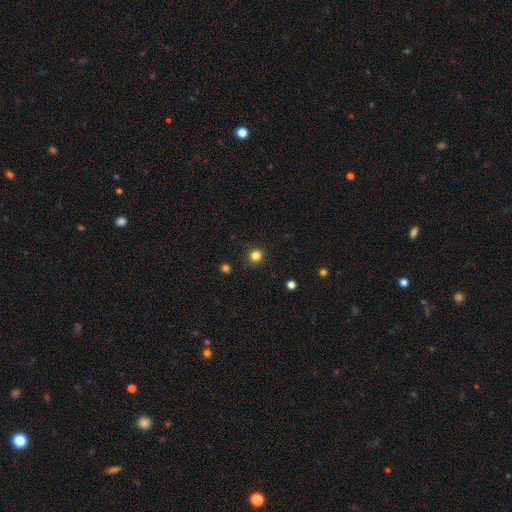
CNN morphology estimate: This is clearly a smooth galaxy (82%). How rounded: clearly round (93%). Merging: clearly none (89%).